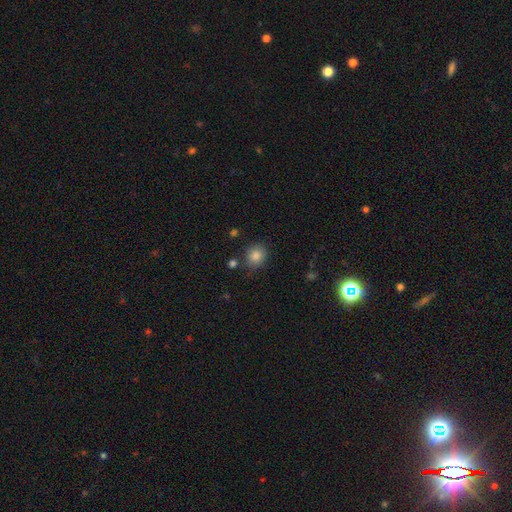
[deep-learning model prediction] Q: Smooth or featured?
A: smooth (83%); runner-up: star or artifact (11%)
Q: How rounded?
A: round (76%); runner-up: in between (24%)
Q: Merging?
A: none (82%); runner-up: minor disturbance (11%)